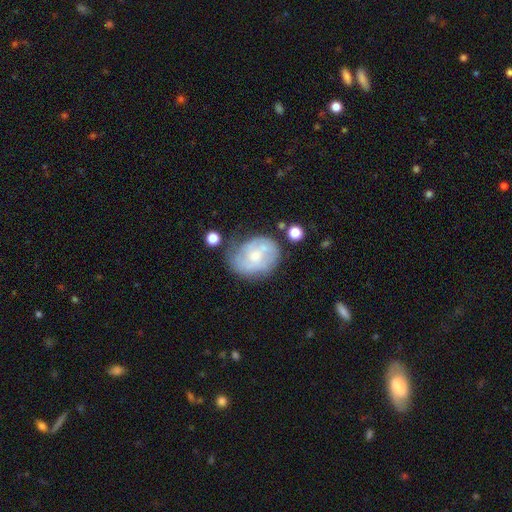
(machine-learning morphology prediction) smooth-or-featured: featured or disk: 60% | smooth: 32% | star or artifact: 8%
  disk-edge-on: no: 97% | yes: 3%
    bar: no: 70% | weak: 26% | strong: 4%
    has-spiral-arms: yes: 73% | no: 27%
    bulge-size: small: 59% | moderate: 35% | none: 3% | large: 2% | dominant: 1%
  merging: none: 52% | minor disturbance: 28% | major disturbance: 14% | merger: 7%